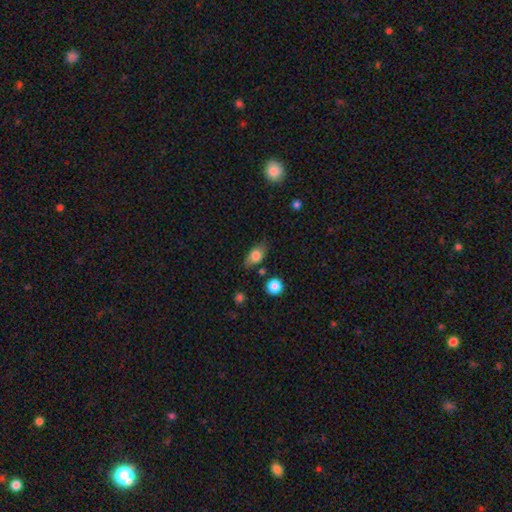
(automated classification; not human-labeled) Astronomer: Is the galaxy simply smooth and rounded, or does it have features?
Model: smooth — 76%.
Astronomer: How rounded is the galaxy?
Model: in between — 81%.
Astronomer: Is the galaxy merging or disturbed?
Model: none — 71%.